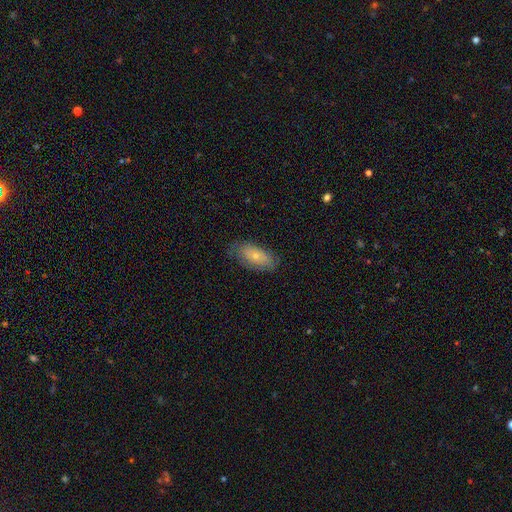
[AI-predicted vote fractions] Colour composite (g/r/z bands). It shows a smooth galaxy with no disk features (64%) that is in between round and cigar-shaped (90%). Merging: none (71%).